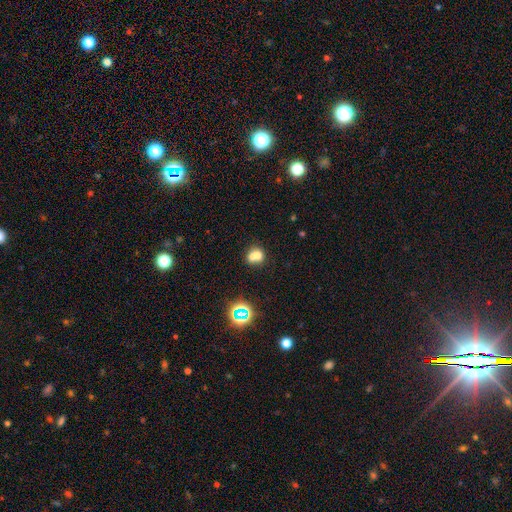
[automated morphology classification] Smooth or featured? smooth (65%)
How rounded? round (74%)
Merging? merger (59%)